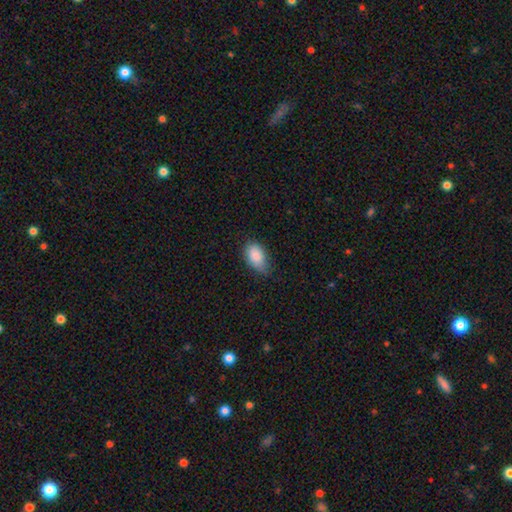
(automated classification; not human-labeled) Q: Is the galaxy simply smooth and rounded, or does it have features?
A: smooth — 86%.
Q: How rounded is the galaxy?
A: in between — 92%.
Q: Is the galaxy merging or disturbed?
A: none — 60%.